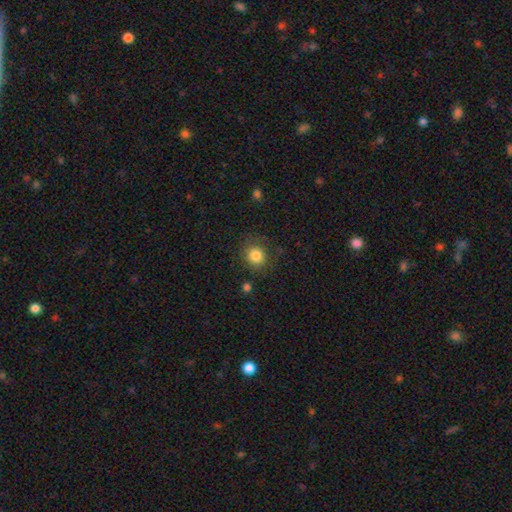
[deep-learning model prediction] Smooth or featured? Predicted: smooth (p=0.83). How rounded? Predicted: round (p=0.86). Merging? Predicted: none (p=0.79).